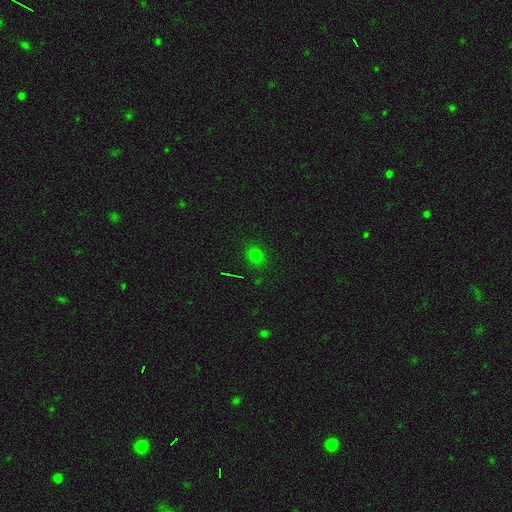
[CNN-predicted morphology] smooth 73%, star or artifact 21%, featured or disk 6%. Down the decision tree: how rounded — round (73%); merging — none (87%).